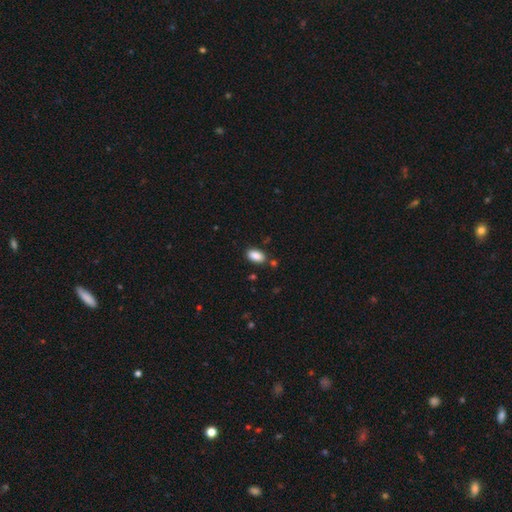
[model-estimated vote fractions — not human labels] A smooth galaxy with no disk features (89%) that is in between round and cigar-shaped (93%). Merging: none (83%).